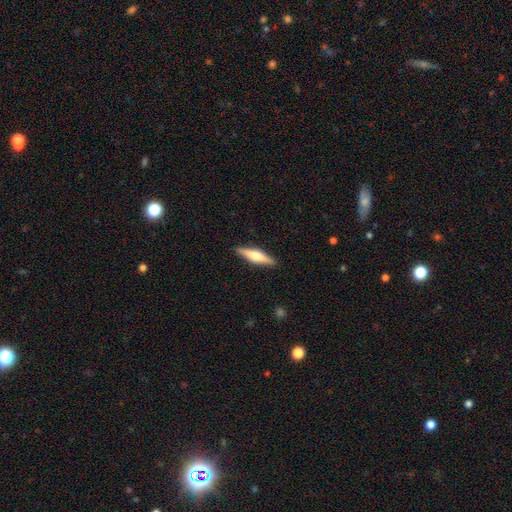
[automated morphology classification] A featured or disk galaxy (50%) viewed edge-on (96%).

Vote fractions:
- Smooth or featured? featured or disk: 50% / smooth: 44% / star or artifact: 6%
- Edge-on disk? yes: 96% / no: 4%
- Merging? none: 90% / minor disturbance: 8% / major disturbance: 2% / merger: 1%